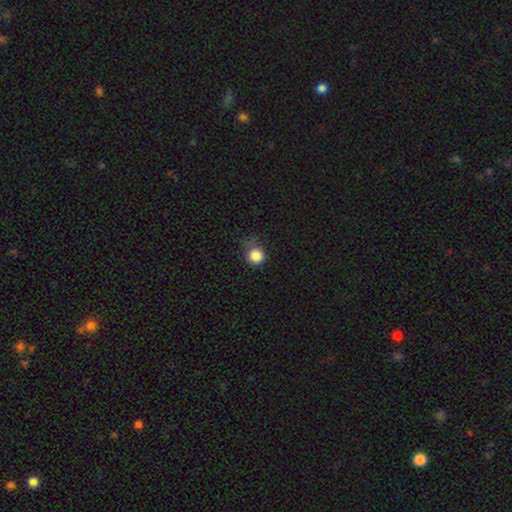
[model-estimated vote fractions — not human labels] The model was most divided on "merging": none: 60%, minor disturbance: 27%, major disturbance: 10%, merger: 3%. More confident: how rounded — round (91%); smooth or featured — smooth (85%).